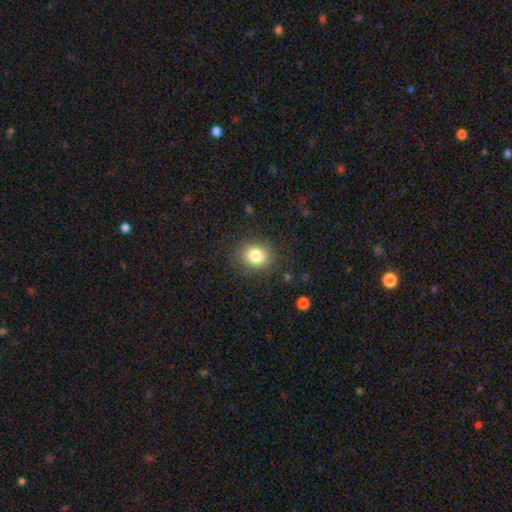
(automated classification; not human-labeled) Q: Smooth or featured?
A: smooth (82%); runner-up: star or artifact (11%)
Q: How rounded?
A: round (68%); runner-up: in between (31%)
Q: Merging?
A: none (85%); runner-up: minor disturbance (10%)